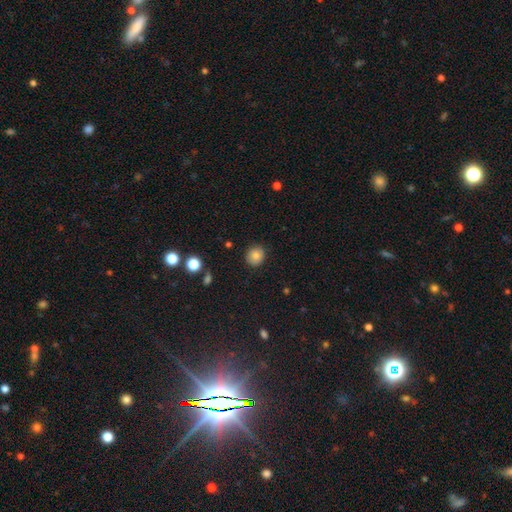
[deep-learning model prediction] This appears to be a smooth galaxy with no disk features (82%) that is round (84%). Merging: none (87%).